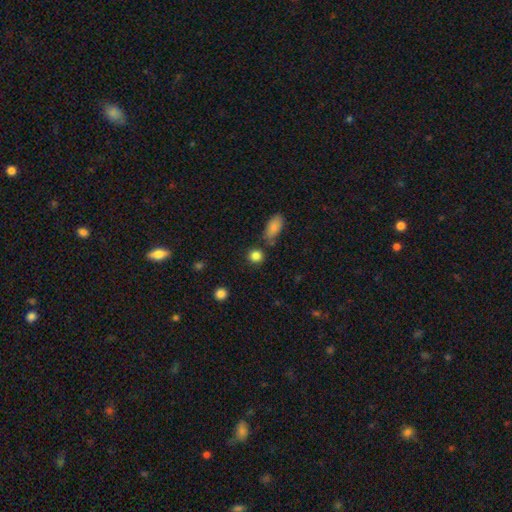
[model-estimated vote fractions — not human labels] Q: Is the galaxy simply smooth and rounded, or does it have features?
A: smooth — 86%.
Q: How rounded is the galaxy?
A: round — 86%.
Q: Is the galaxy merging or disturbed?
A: none — 79%.